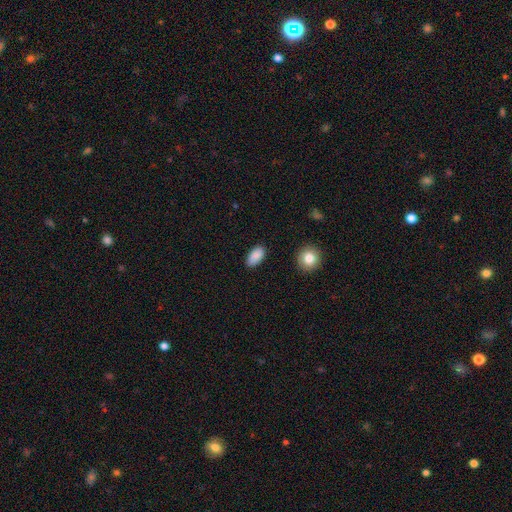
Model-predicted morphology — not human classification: Q: Smooth or featured?
A: smooth (88%); runner-up: star or artifact (8%)
Q: How rounded?
A: in between (93%); runner-up: cigar-shaped (4%)
Q: Merging?
A: none (85%); runner-up: minor disturbance (11%)